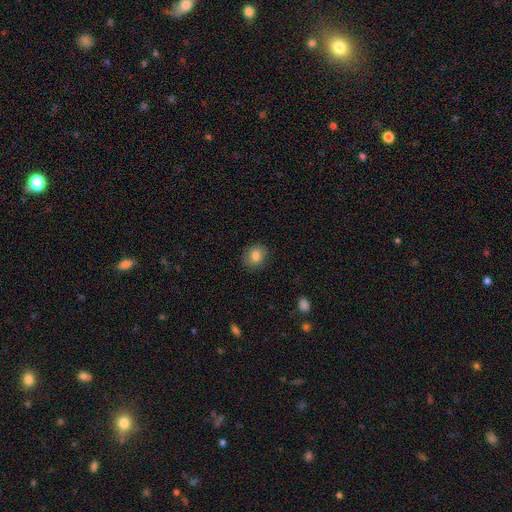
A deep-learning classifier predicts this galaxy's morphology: A smooth galaxy with no disk features (82%) that is round (66%).

Vote fractions:
- Smooth or featured? smooth: 82% / star or artifact: 10% / featured or disk: 8%
- How rounded? round: 66% / in between: 33% / cigar-shaped: 1%
- Merging? none: 86% / minor disturbance: 10% / major disturbance: 3% / merger: 1%